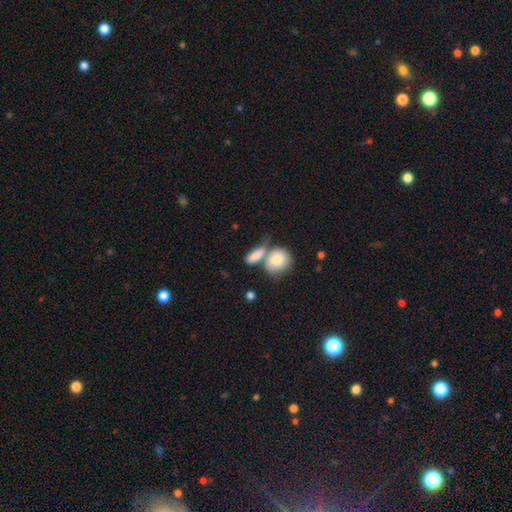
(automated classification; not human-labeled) A smooth galaxy with no disk features (82%) that is in between round and cigar-shaped (69%).

Vote fractions:
- Smooth or featured? smooth: 82% / featured or disk: 12% / star or artifact: 6%
- How rounded? in between: 69% / round: 19% / cigar-shaped: 12%
- Merging? merger: 51% / none: 32% / minor disturbance: 11% / major disturbance: 6%